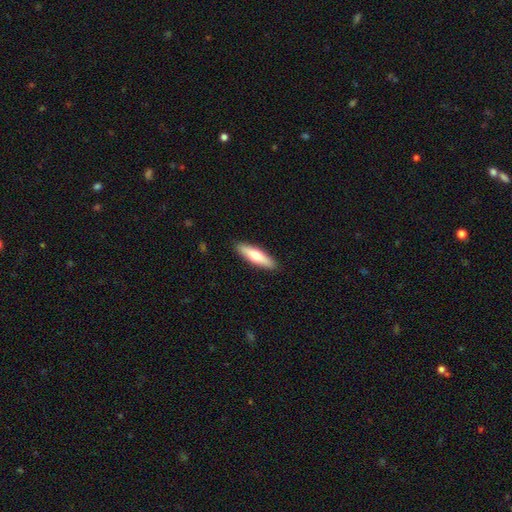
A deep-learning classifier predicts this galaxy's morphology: Smooth or featured: smooth — 61% (featured or disk — 34%)
How rounded: cigar-shaped — 68% (in between — 30%)
Merging: none — 91% (minor disturbance — 7%)